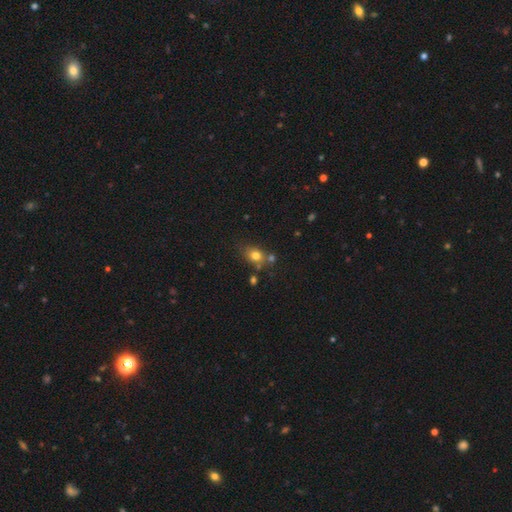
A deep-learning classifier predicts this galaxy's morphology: Smooth or featured? Predicted: smooth (p=0.76). How rounded? Predicted: in between (p=0.50). Merging? Predicted: none (p=0.60).